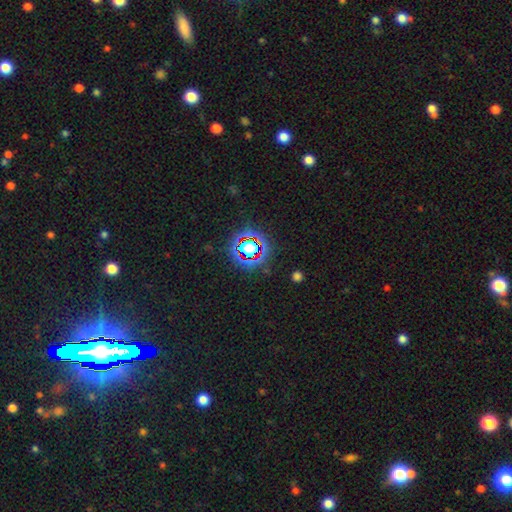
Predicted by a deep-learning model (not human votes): This is likely a star or artifact rather than a galaxy (80%).